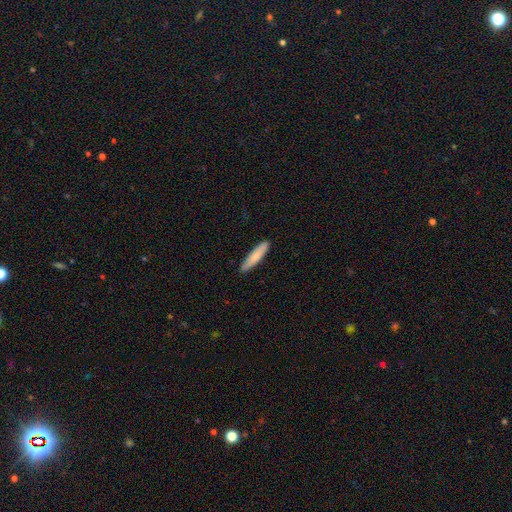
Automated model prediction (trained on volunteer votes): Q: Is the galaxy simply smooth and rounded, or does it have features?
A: smooth — 81%.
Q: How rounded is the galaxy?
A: cigar-shaped — 86%.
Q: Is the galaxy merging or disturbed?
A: none — 89%.